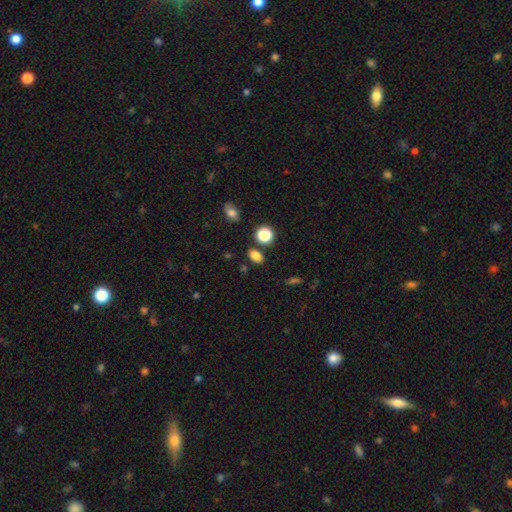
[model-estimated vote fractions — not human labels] smooth 80%, star or artifact 15%, featured or disk 5%. Down the decision tree: how rounded — in between (75%); merging — none (82%).